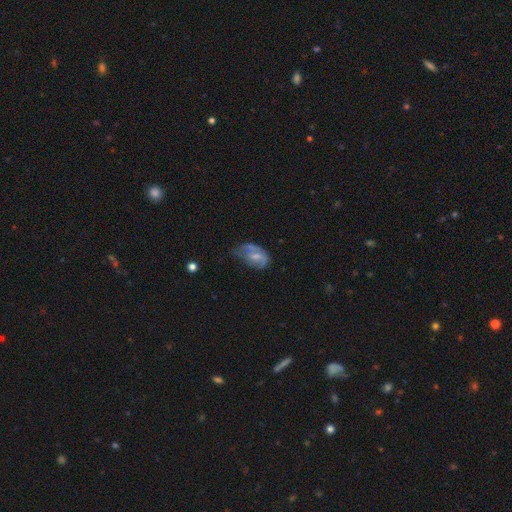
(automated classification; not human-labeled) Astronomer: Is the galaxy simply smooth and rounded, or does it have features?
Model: smooth — 48% (runner-up: featured or disk, 44%).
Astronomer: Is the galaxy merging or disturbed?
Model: minor disturbance — 38% (runner-up: none, 30%).